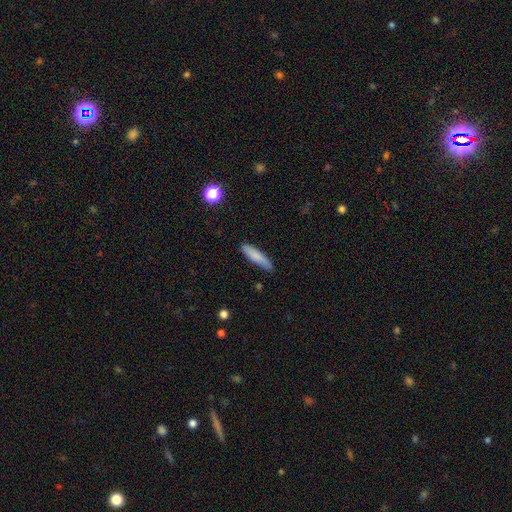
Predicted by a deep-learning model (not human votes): smooth 81%, featured or disk 13%, star or artifact 7%. Down the decision tree: how rounded — cigar-shaped (79%); merging — none (82%).